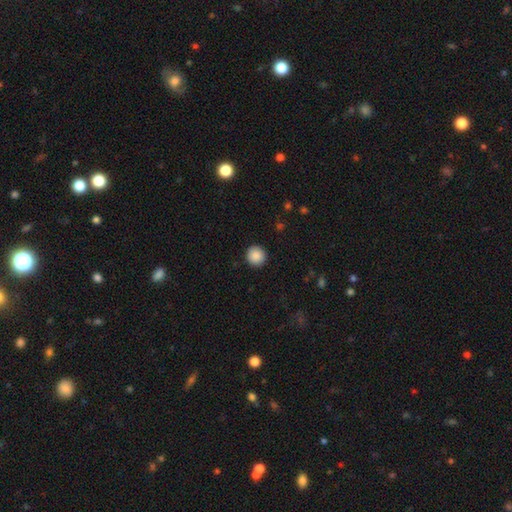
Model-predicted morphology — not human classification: Smooth or featured? Predicted: smooth (p=0.88). How rounded? Predicted: round (p=0.95). Merging? Predicted: none (p=0.92).